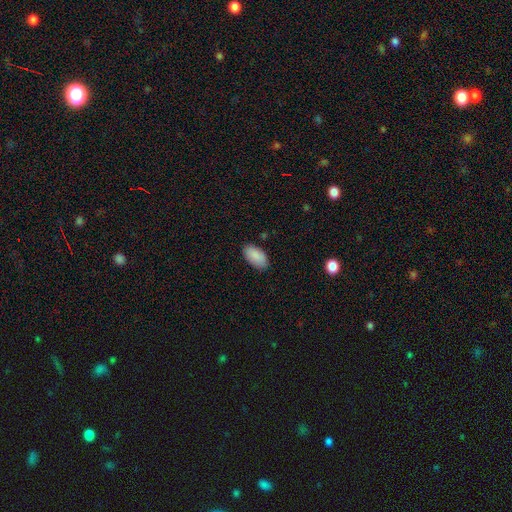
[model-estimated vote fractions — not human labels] The model was most divided on "merging": none: 85%, minor disturbance: 12%, major disturbance: 2%, merger: 1%. More confident: how rounded — in between (95%); smooth or featured — smooth (90%).